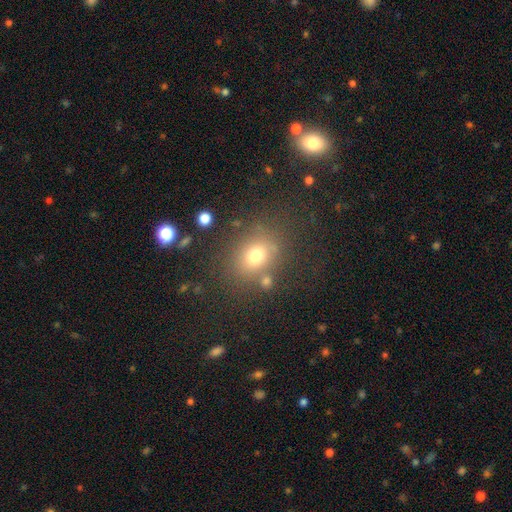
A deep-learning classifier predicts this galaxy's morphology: Smooth or featured: smooth — 72% (star or artifact — 16%)
How rounded: round — 51% (in between — 48%)
Merging: none — 72% (minor disturbance — 13%)